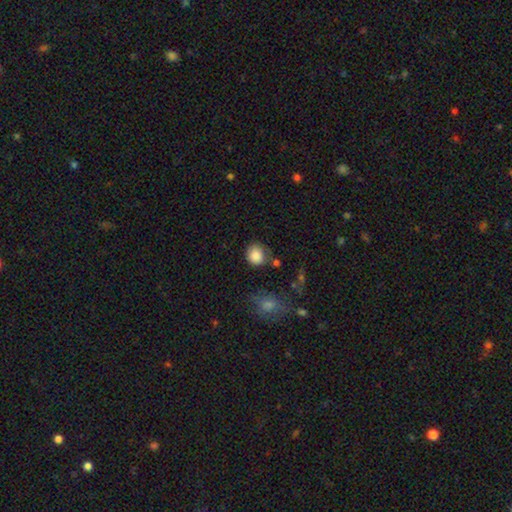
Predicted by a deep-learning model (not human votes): Smooth or featured? Predicted: smooth (p=0.86). How rounded? Predicted: round (p=0.80). Merging? Predicted: none (p=0.66).